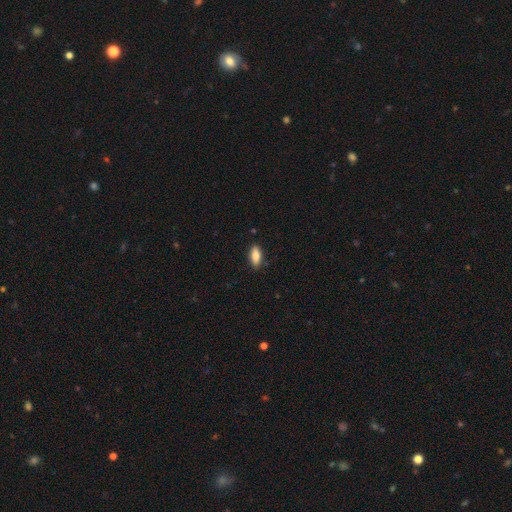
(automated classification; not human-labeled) A smooth galaxy with no disk features (84%) that is in between round and cigar-shaped (82%).

Vote fractions:
- Smooth or featured? smooth: 84% / featured or disk: 10% / star or artifact: 7%
- How rounded? in between: 82% / cigar-shaped: 15% / round: 2%
- Merging? none: 87% / minor disturbance: 10% / major disturbance: 2% / merger: 1%